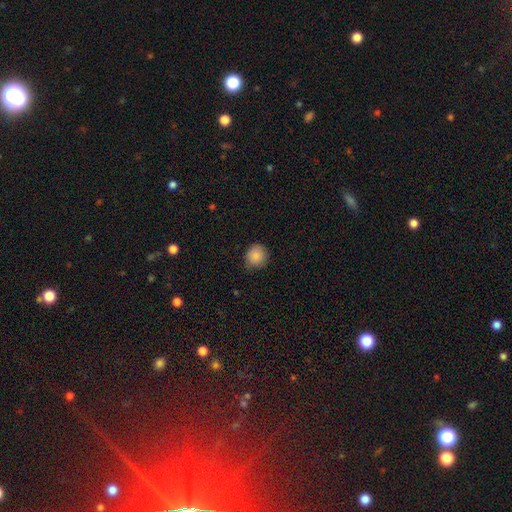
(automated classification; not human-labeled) smooth-or-featured: smooth: 87% | star or artifact: 8% | featured or disk: 4%
  how-rounded: round: 90% | in between: 9% | cigar-shaped: 1%
  merging: none: 81% | minor disturbance: 15% | major disturbance: 3% | merger: 1%